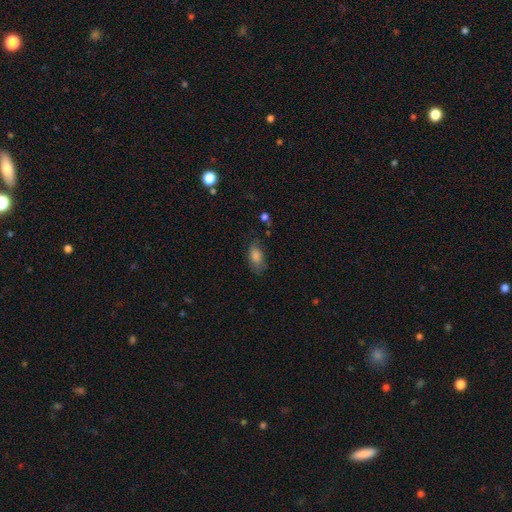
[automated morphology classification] smooth 76%, featured or disk 13%, star or artifact 12%. Down the decision tree: how rounded — in between (87%); merging — none (72%).